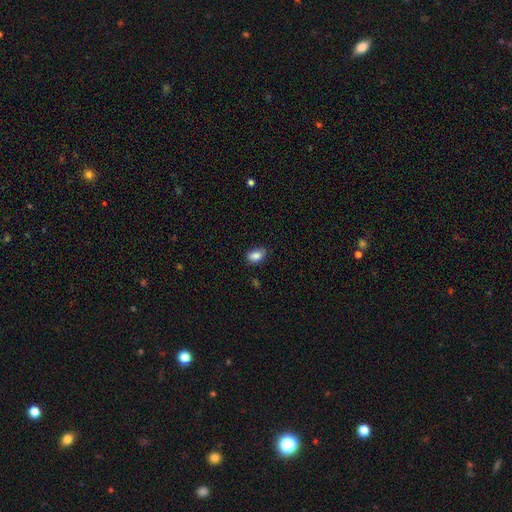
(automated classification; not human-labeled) Smooth or featured? Predicted: smooth (p=0.87). How rounded? Predicted: in between (p=0.86). Merging? Predicted: none (p=0.78).